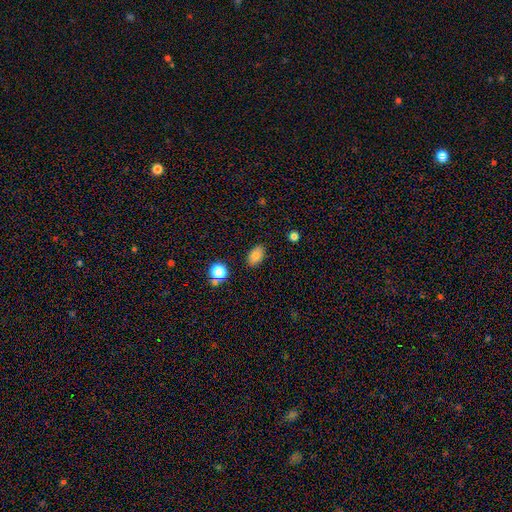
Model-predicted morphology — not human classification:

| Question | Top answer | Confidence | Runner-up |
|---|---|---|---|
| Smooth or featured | smooth | 81% | star or artifact (10%) |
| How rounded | in between | 86% | round (12%) |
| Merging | none | 83% | minor disturbance (12%) |